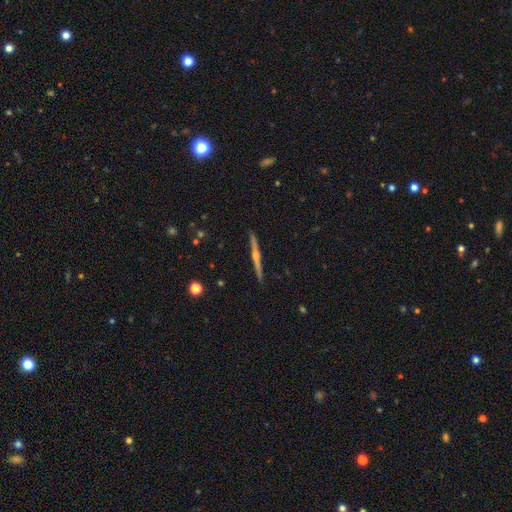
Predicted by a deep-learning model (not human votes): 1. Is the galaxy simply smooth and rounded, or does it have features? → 68% featured or disk, 21% smooth, 10% star or artifact.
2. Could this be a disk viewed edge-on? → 96% yes, 4% no.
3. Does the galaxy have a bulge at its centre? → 71% rounded, 20% none, 8% boxy.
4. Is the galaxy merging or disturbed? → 89% none, 8% minor disturbance, 2% major disturbance, 2% merger.